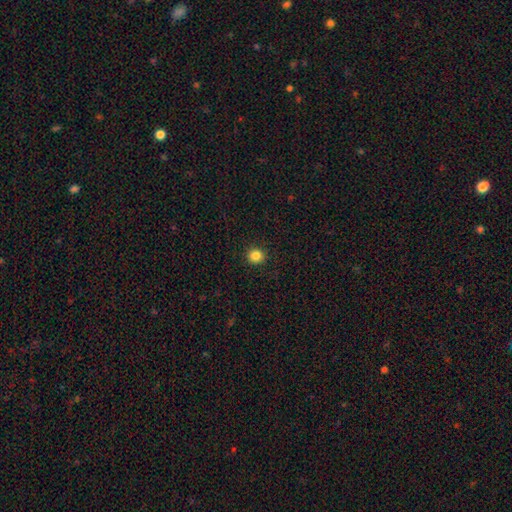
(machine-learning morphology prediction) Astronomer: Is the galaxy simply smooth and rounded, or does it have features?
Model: smooth — 85%.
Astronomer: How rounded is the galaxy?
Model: round — 91%.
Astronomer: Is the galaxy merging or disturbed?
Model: none — 92%.